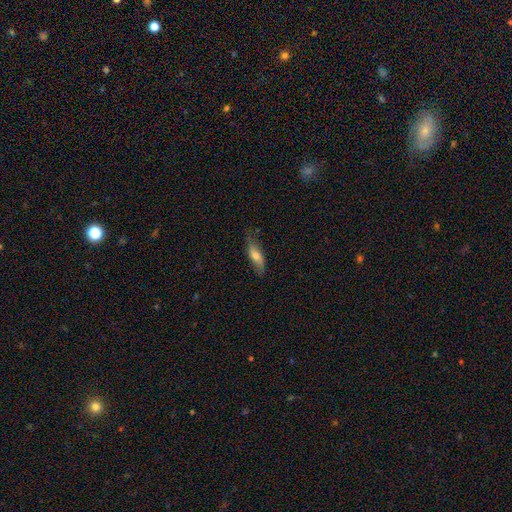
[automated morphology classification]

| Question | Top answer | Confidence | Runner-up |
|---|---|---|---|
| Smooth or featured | smooth | 60% | featured or disk (34%) |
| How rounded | in between | 61% | cigar-shaped (37%) |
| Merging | none | 68% | minor disturbance (24%) |